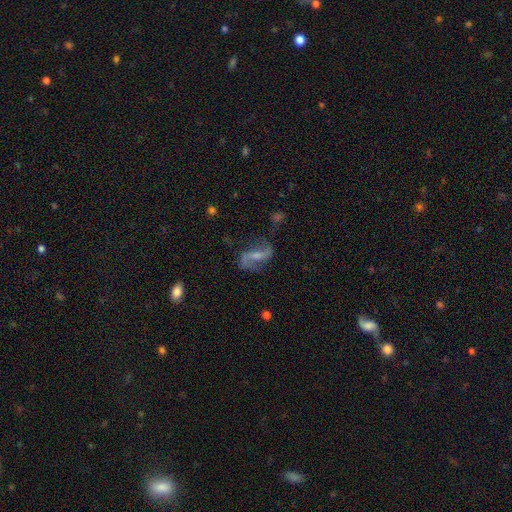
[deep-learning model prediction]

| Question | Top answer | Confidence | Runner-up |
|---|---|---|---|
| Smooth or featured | featured or disk | 77% | smooth (15%) |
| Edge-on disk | no | 95% | yes (5%) |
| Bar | weak | 43% | strong (33%) |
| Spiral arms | yes | 91% | no (9%) |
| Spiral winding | loose | 71% | medium (23%) |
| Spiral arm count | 2 | 89% | 1 (4%) |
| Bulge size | small | 39% | moderate (31%) |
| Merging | none | 62% | minor disturbance (19%) |